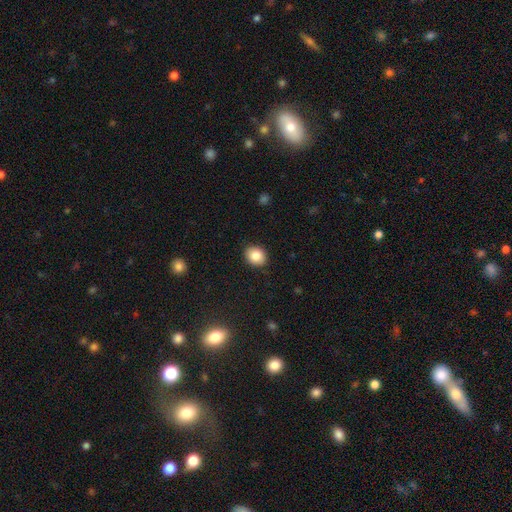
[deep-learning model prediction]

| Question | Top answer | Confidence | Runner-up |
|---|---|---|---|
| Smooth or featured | smooth | 85% | star or artifact (9%) |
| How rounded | round | 56% | in between (43%) |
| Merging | none | 89% | minor disturbance (8%) |